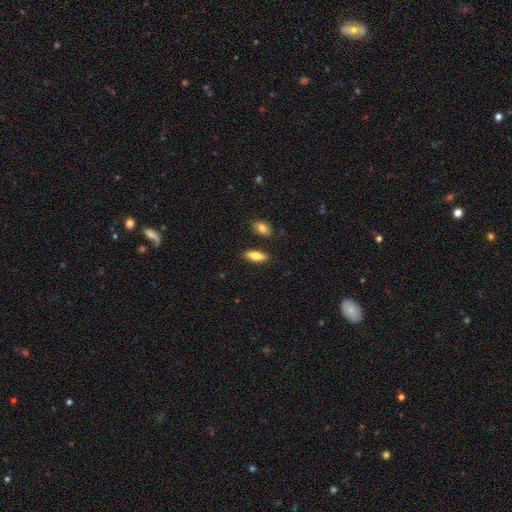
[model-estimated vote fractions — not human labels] Smooth or featured? Predicted: smooth (p=0.80). How rounded? Predicted: in between (p=0.76). Merging? Predicted: none (p=0.85).